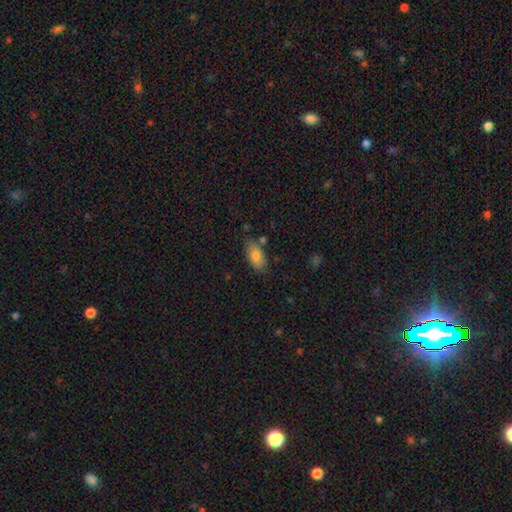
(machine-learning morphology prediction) Smooth or featured: smooth — 80% (featured or disk — 12%)
How rounded: in between — 90% (cigar-shaped — 5%)
Merging: none — 73% (minor disturbance — 18%)